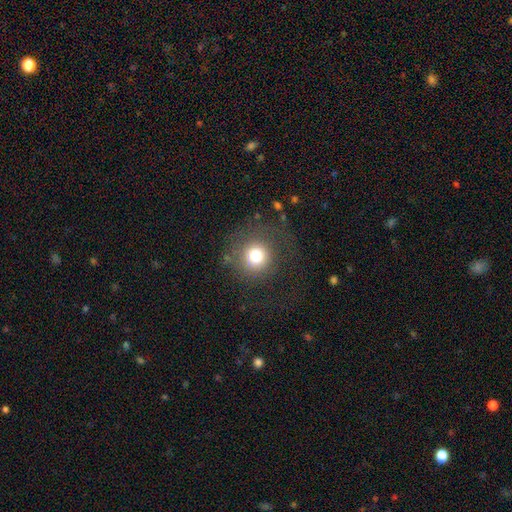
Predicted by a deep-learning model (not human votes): A smooth galaxy with no disk features (76%) that is round (93%).

Vote fractions:
- Smooth or featured? smooth: 76% / star or artifact: 13% / featured or disk: 11%
- How rounded? round: 93% / in between: 6% / cigar-shaped: 1%
- Merging? none: 76% / minor disturbance: 12% / major disturbance: 10% / merger: 2%